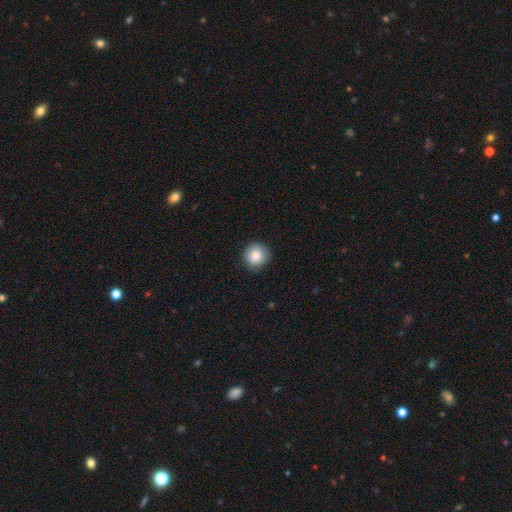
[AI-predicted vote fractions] smooth-or-featured: smooth: 85% | star or artifact: 8% | featured or disk: 6%
  how-rounded: round: 92% | in between: 7% | cigar-shaped: 1%
  merging: none: 84% | minor disturbance: 13% | major disturbance: 3% | merger: 1%